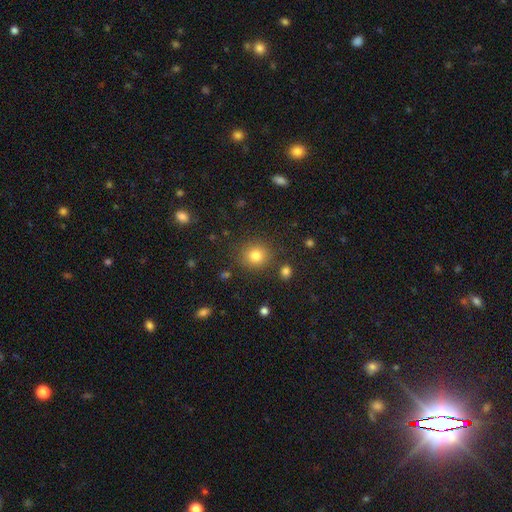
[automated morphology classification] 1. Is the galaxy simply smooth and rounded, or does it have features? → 80% smooth, 13% star or artifact, 7% featured or disk.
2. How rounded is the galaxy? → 87% round, 12% in between, 1% cigar-shaped.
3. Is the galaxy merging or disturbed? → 86% none, 8% minor disturbance, 3% merger, 3% major disturbance.